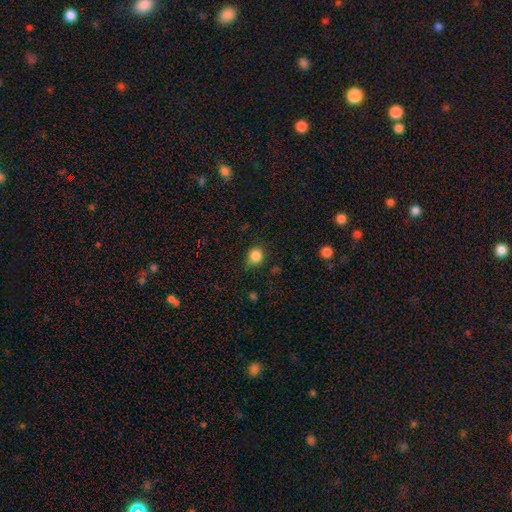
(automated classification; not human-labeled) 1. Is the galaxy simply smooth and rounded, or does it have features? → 86% smooth, 11% star or artifact, 4% featured or disk.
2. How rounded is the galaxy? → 75% round, 24% in between, 1% cigar-shaped.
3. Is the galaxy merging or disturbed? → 80% none, 15% minor disturbance, 3% major disturbance, 1% merger.